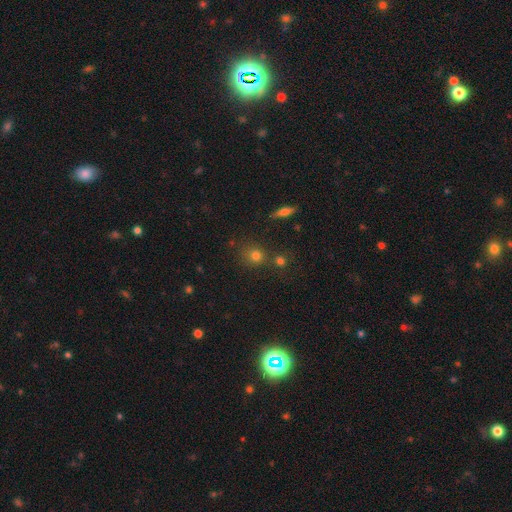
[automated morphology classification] Overall: smooth (74%). How rounded: round (81%). Merging: none (65%).